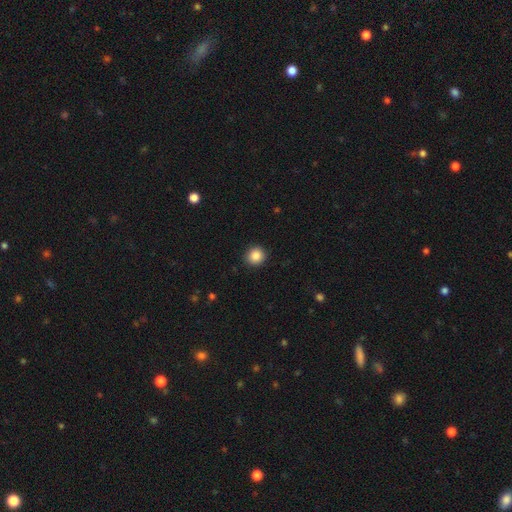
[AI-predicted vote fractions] Morphology: type=smooth (87%); roundness=round (89%); merging=none (90%).